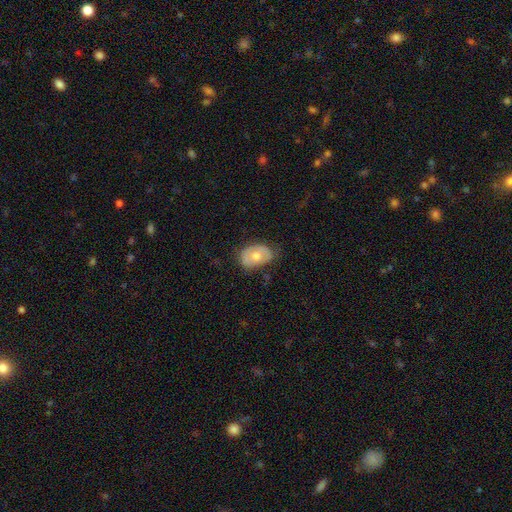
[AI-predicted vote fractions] smooth_or_featured: smooth (p=0.61) [alt: featured or disk p=0.32]
how_rounded: in between (p=0.81) [alt: round p=0.18]
merging: none (p=0.64) [alt: minor disturbance p=0.27]